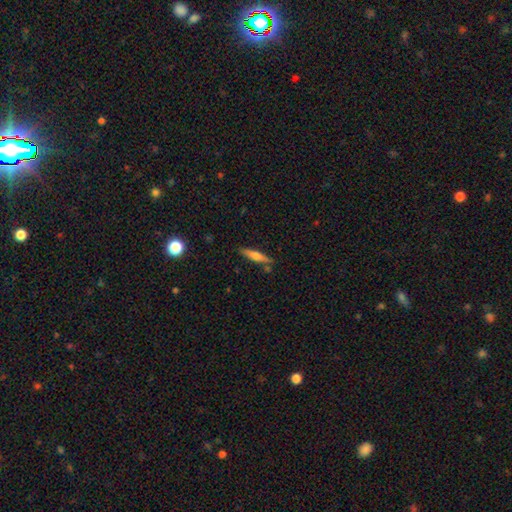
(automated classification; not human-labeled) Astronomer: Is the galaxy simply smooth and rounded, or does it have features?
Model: smooth — 54% (runner-up: featured or disk, 39%).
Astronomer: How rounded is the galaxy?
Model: cigar-shaped — 83%.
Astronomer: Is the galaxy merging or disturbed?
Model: none — 80%.